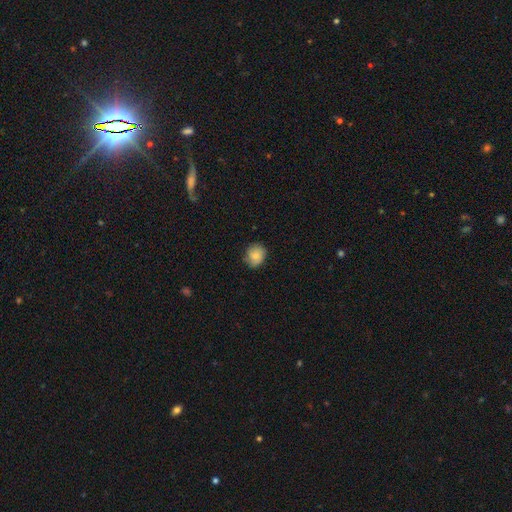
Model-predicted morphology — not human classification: smooth_or_featured: smooth (p=0.82) [alt: featured or disk p=0.10]
how_rounded: round (p=0.67) [alt: in between p=0.33]
merging: none (p=0.77) [alt: minor disturbance p=0.19]